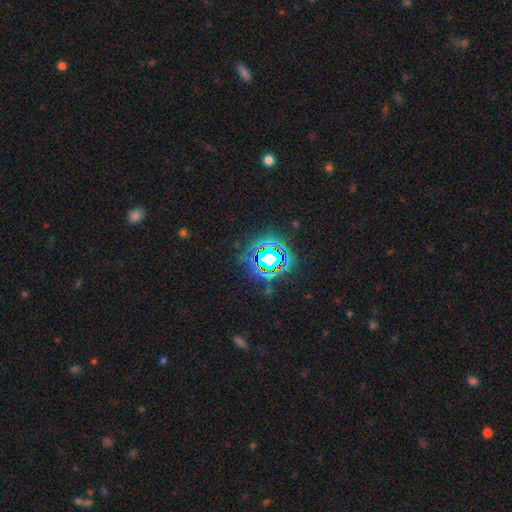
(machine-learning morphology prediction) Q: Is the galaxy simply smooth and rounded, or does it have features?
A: star or artifact — 82%.